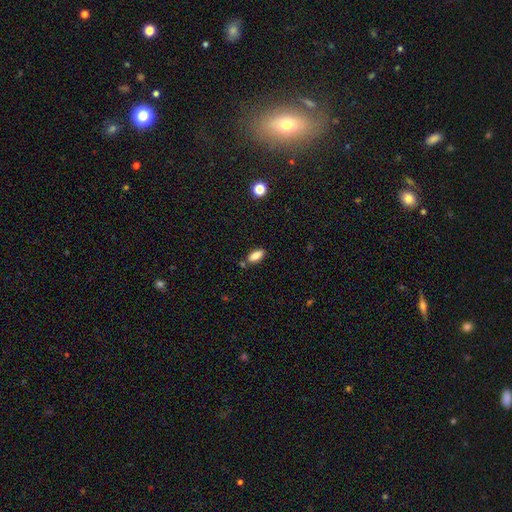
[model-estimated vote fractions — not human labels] Smooth or featured?
  - smooth: 85% *
  - star or artifact: 8%
  - featured or disk: 7%
How rounded?
  - in between: 81% *
  - cigar-shaped: 16%
  - round: 3%
Merging?
  - none: 74% *
  - minor disturbance: 14%
  - merger: 9%
  - major disturbance: 3%